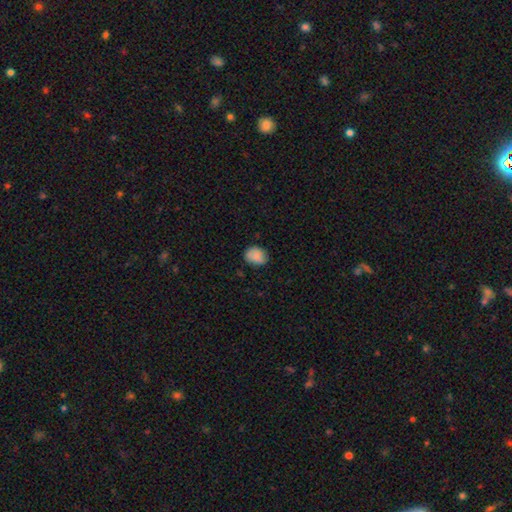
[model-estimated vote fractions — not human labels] This appears to be a smooth galaxy with no disk features (82%) that is round (50%). Merging: none (75%).